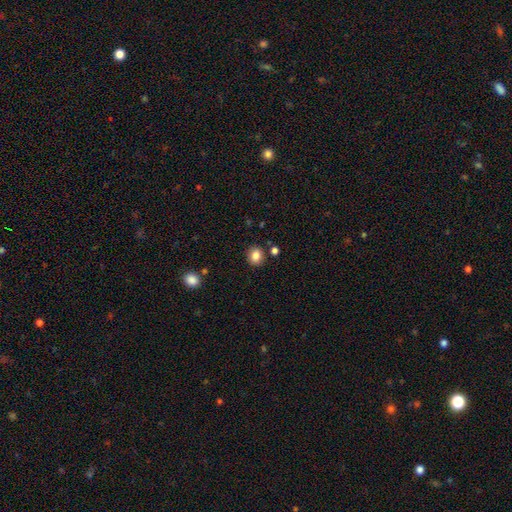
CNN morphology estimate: smooth 84%, star or artifact 10%, featured or disk 5%. Down the decision tree: how rounded — round (77%); merging — none (86%).